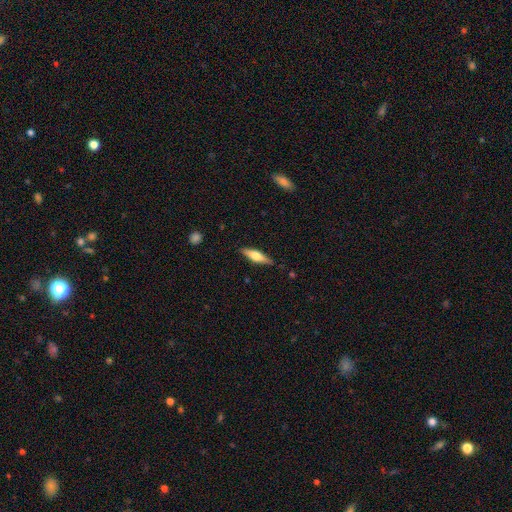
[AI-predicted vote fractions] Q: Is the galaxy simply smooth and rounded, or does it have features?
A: smooth — 47%, tied with featured or disk.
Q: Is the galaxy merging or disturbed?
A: none — 86%.